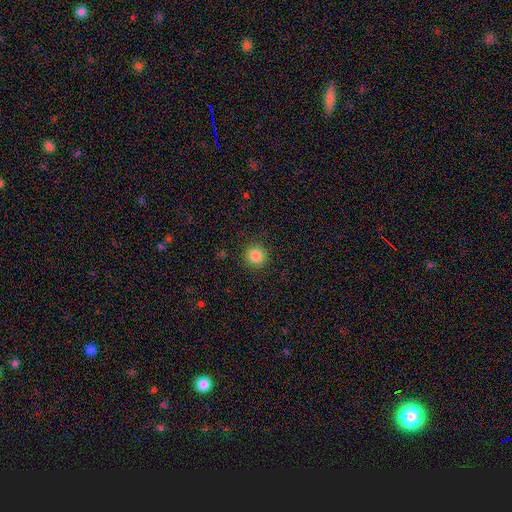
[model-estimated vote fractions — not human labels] Smooth or featured? smooth (86%)
How rounded? round (94%)
Merging? none (90%)